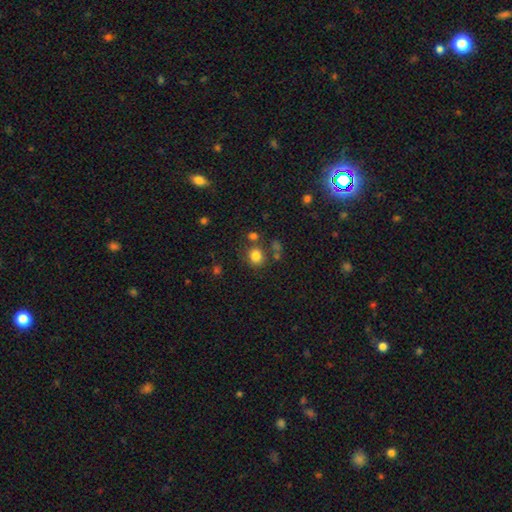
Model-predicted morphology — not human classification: The model was most divided on "merging": none: 73%, merger: 11%, minor disturbance: 11%, major disturbance: 4%. More confident: how rounded — round (83%); smooth or featured — smooth (80%).